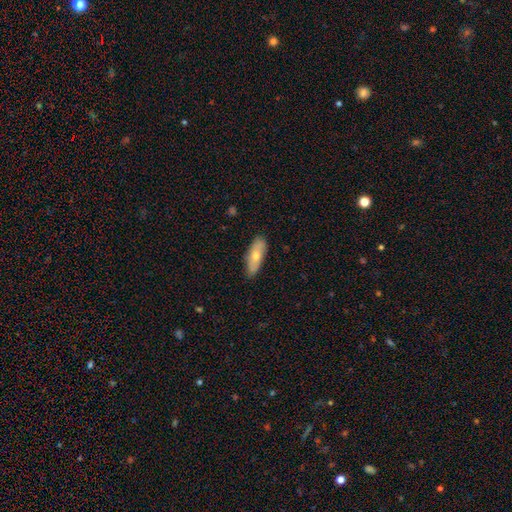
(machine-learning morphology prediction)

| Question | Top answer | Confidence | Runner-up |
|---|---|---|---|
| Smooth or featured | smooth | 59% | featured or disk (35%) |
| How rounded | in between | 62% | cigar-shaped (36%) |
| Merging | none | 85% | minor disturbance (12%) |